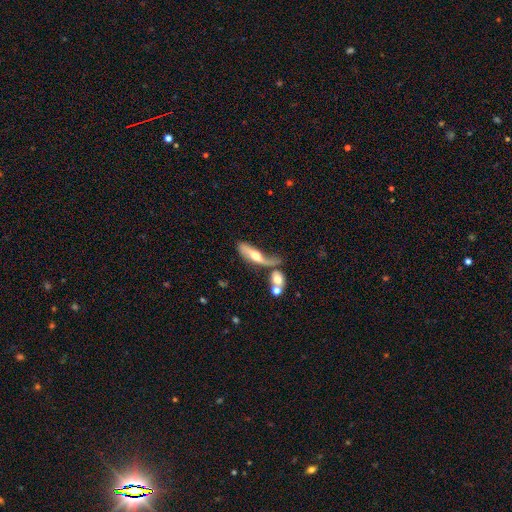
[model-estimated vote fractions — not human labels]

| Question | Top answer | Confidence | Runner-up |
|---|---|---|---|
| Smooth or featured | featured or disk | 56% | smooth (37%) |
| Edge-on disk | yes | 52% | no (48%) |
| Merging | merger | 34% | none (28%) |